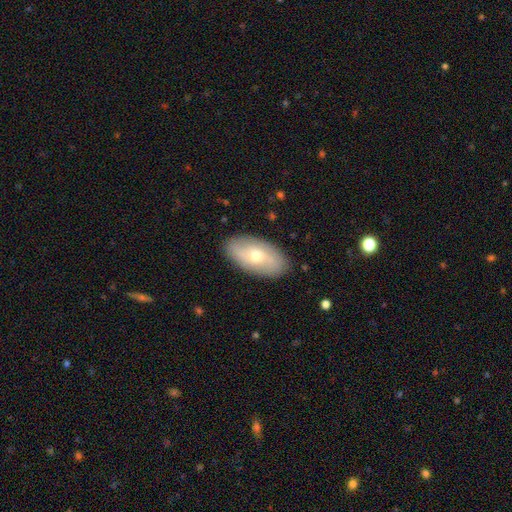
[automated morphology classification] A featured or disk galaxy (49%). Merging: none (87%).